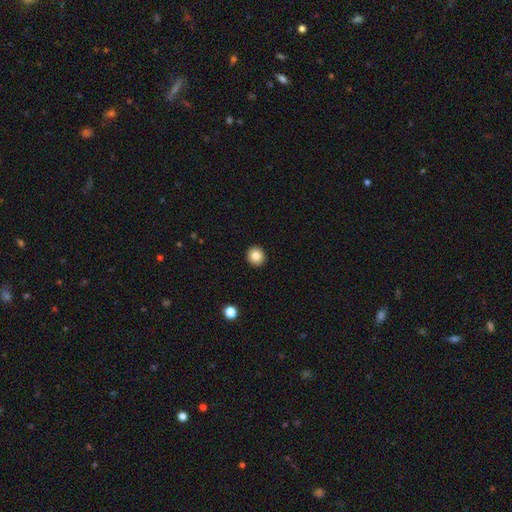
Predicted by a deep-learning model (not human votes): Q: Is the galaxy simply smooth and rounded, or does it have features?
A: smooth — 84%.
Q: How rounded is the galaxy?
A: round — 91%.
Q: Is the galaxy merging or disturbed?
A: none — 93%.